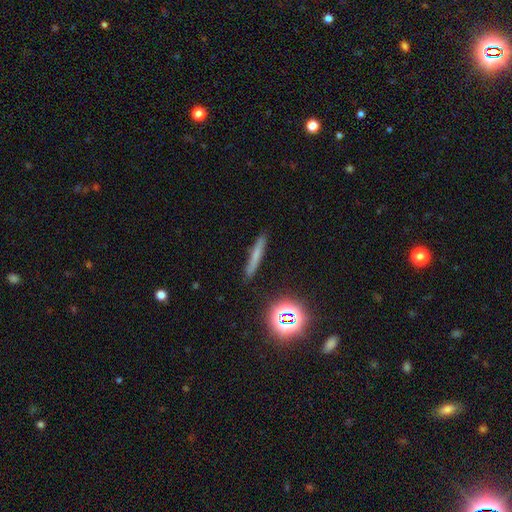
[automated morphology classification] type=smooth (59%); roundness=cigar-shaped (92%); merging=none (87%).